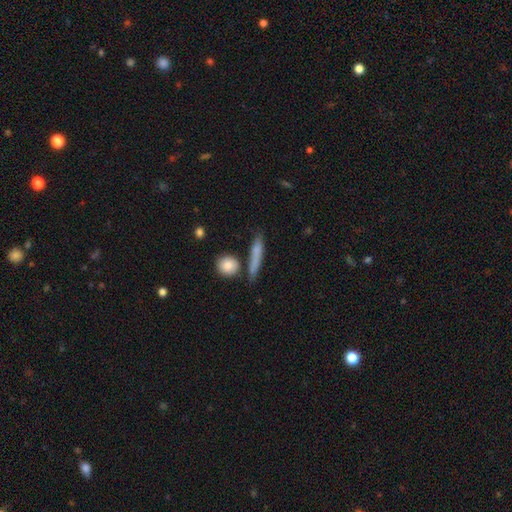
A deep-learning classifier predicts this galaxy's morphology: This is likely a smooth galaxy (66%). How rounded: clearly cigar-shaped (81%). Merging: likely none (73%).